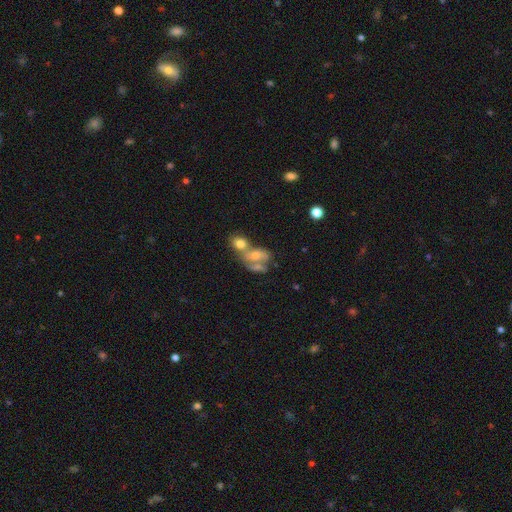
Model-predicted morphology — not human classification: The model was most divided on "smooth or featured": smooth: 51%, featured or disk: 36%, star or artifact: 12%. More confident: how rounded — in between (74%); merging — merger (61%).